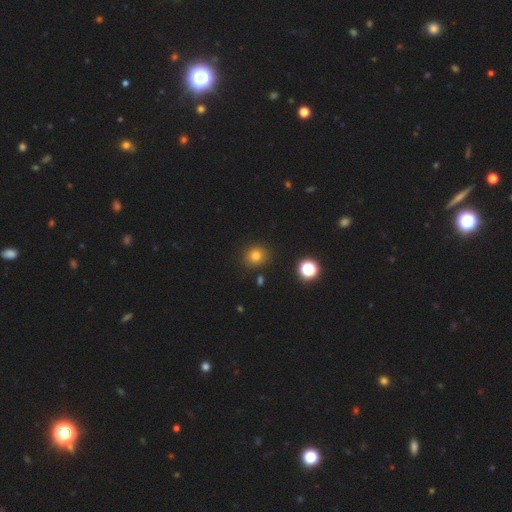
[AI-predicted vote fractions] This is likely a smooth galaxy (76%). How rounded: clearly round (82%). Merging: clearly none (86%).